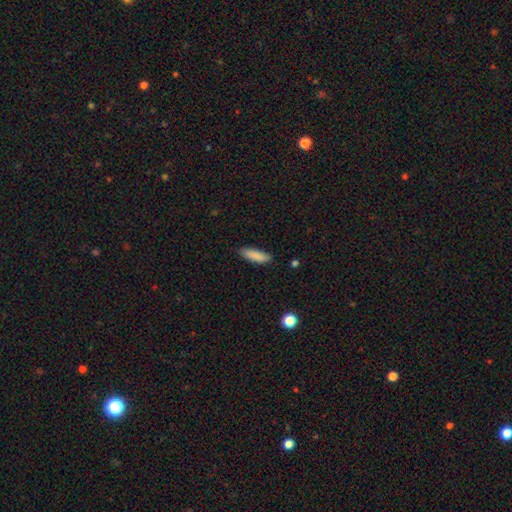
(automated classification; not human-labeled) smooth 88%, star or artifact 7%, featured or disk 6%. Down the decision tree: how rounded — cigar-shaped (54%); merging — none (84%).